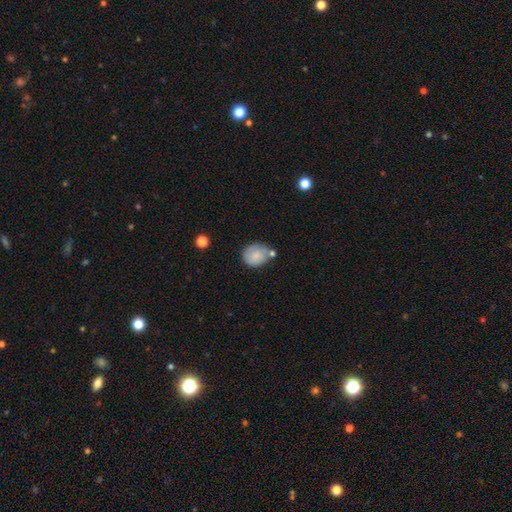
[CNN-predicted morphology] smooth_or_featured: smooth (p=0.74) [alt: featured or disk p=0.18]
how_rounded: round (p=0.56) [alt: in between p=0.43]
merging: none (p=0.52) [alt: minor disturbance p=0.25]